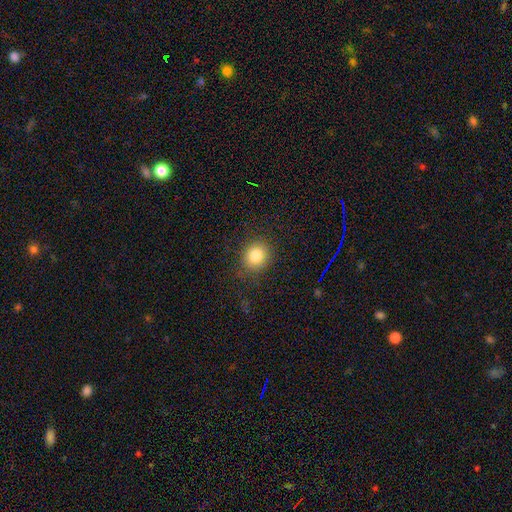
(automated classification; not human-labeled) This appears to be a smooth galaxy with no disk features (81%) that is round (79%). Merging: none (86%).